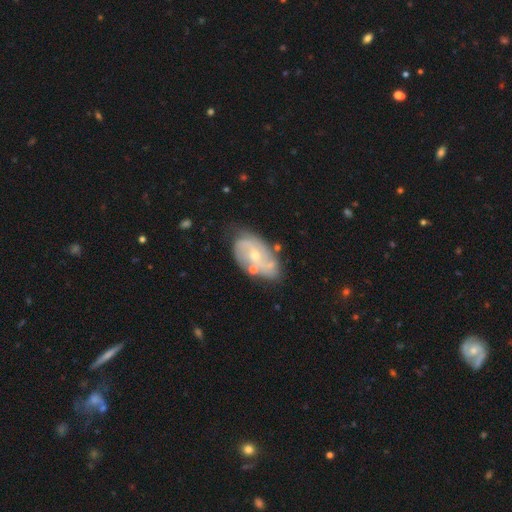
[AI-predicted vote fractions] Morphology: type=featured or disk (75%); edge-on=no (95%); bar=no (62%); spiral arms=yes (85%); winding=medium (43%); arm count=2 (65%); bulge=small (62%); merging=none (62%).